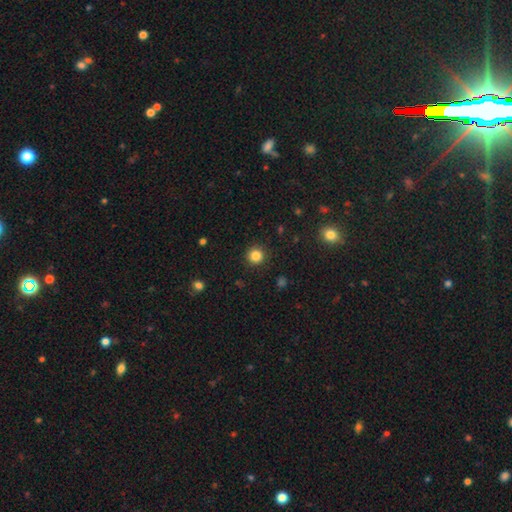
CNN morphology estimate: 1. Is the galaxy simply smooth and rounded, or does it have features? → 84% smooth, 12% star or artifact, 4% featured or disk.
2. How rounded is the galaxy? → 94% round, 5% in between, 1% cigar-shaped.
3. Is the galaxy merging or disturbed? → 91% none, 6% minor disturbance, 2% major disturbance, 1% merger.